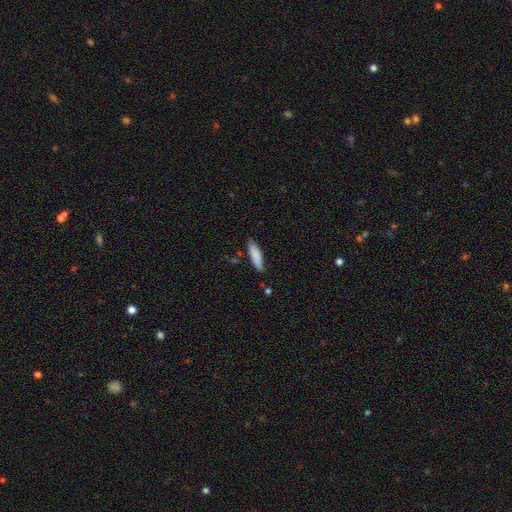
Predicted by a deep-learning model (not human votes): A smooth galaxy with no disk features (85%) that is cigar-shaped (62%).

Vote fractions:
- Smooth or featured? smooth: 85% / featured or disk: 9% / star or artifact: 6%
- How rounded? cigar-shaped: 62% / in between: 37% / round: 1%
- Merging? none: 78% / minor disturbance: 17% / major disturbance: 3% / merger: 3%